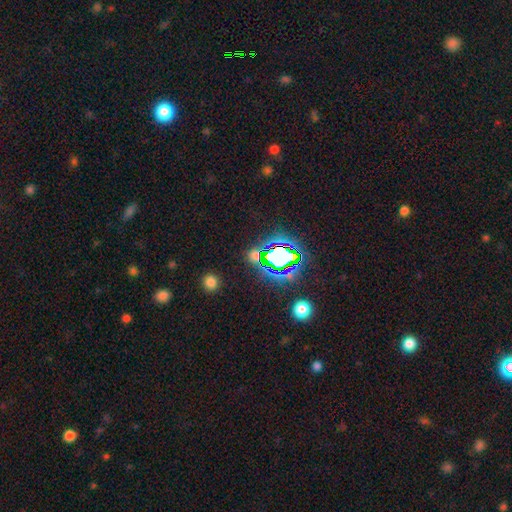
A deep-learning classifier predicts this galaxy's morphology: Smooth or featured? star or artifact (63%)